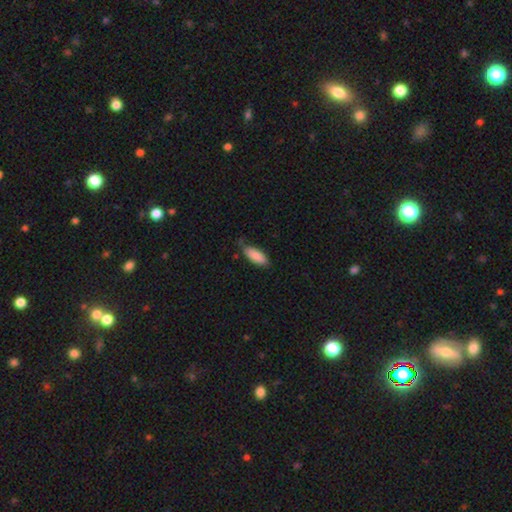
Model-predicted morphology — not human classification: A smooth galaxy with no disk features (88%) that is in between round and cigar-shaped (77%).

Vote fractions:
- Smooth or featured? smooth: 88% / star or artifact: 6% / featured or disk: 6%
- How rounded? in between: 77% / cigar-shaped: 21% / round: 2%
- Merging? none: 70% / minor disturbance: 23% / major disturbance: 4% / merger: 3%